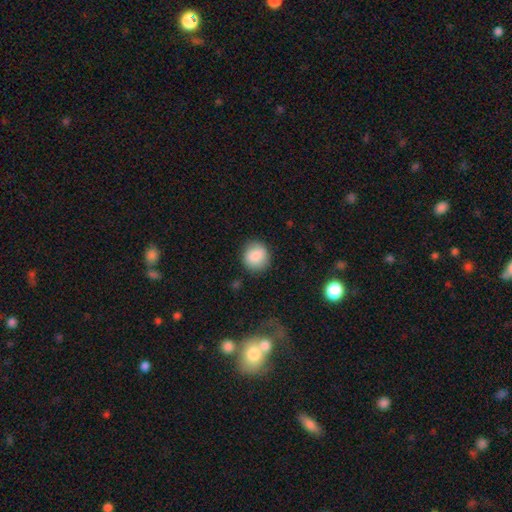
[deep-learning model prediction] The model was most divided on "merging": none: 86%, minor disturbance: 10%, major disturbance: 3%, merger: 1%. More confident: how rounded — round (88%); smooth or featured — smooth (87%).